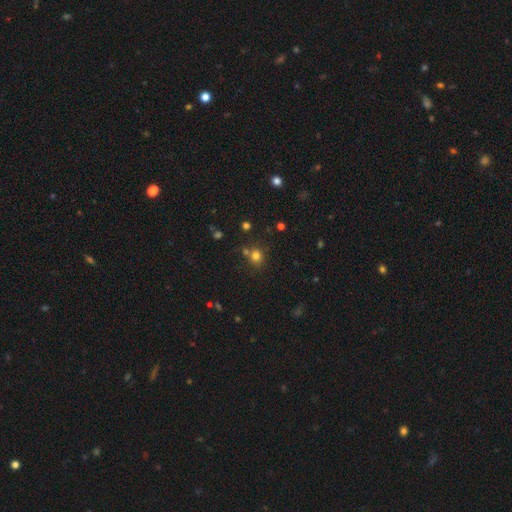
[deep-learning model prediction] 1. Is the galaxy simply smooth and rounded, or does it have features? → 75% smooth, 18% star or artifact, 7% featured or disk.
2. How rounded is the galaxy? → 85% round, 14% in between, 1% cigar-shaped.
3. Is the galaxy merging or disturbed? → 69% none, 18% merger, 10% minor disturbance, 4% major disturbance.